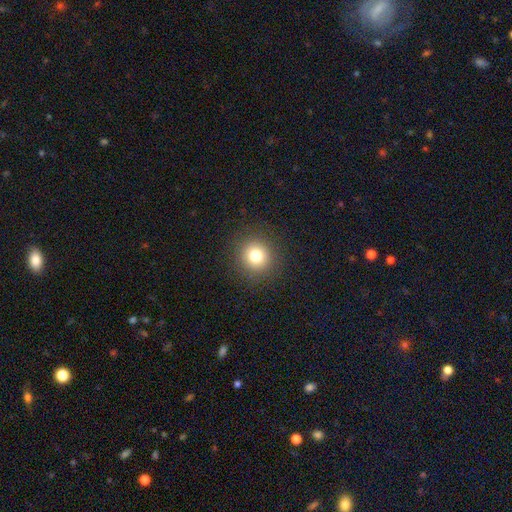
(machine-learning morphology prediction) Smooth or featured? Predicted: smooth (p=0.78). How rounded? Predicted: round (p=0.92). Merging? Predicted: none (p=0.91).